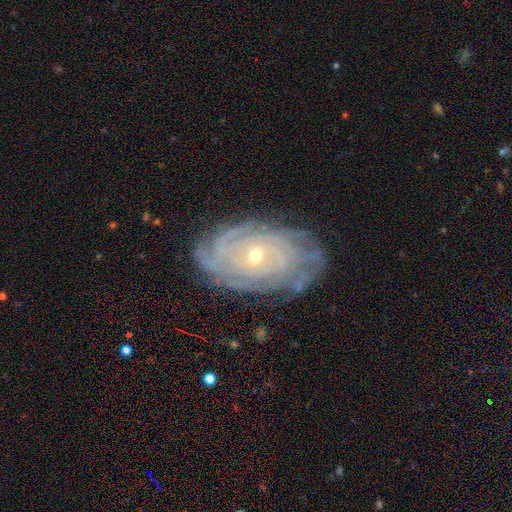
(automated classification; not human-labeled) Smooth or featured: featured or disk — 89% (smooth — 6%)
Edge-on disk: no — 96% (yes — 4%)
Bar: no — 67% (weak — 25%)
Spiral arms: yes — 97% (no — 3%)
Spiral winding: tight — 83% (medium — 14%)
Spiral arm count: can't tell — 26% (4 — 23%)
Bulge size: small — 60% (moderate — 37%)
Merging: none — 76% (minor disturbance — 17%)